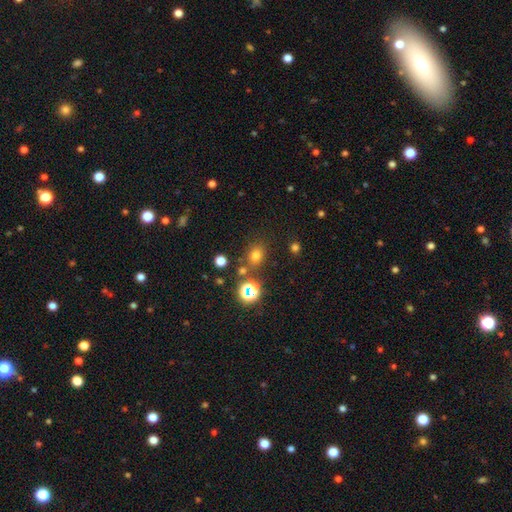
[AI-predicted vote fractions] A smooth galaxy with no disk features (67%) that is round (63%). Merging: none (76%).